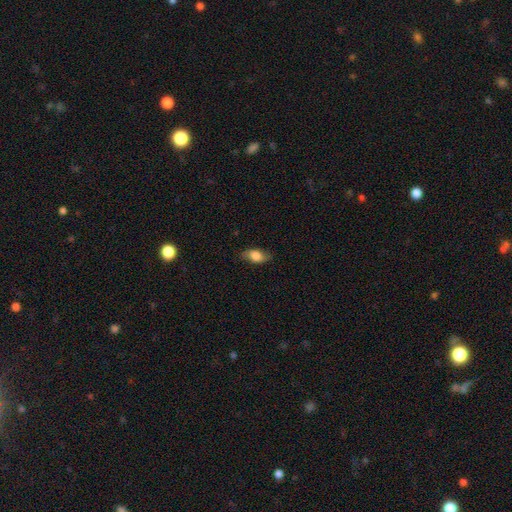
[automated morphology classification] Smooth or featured? Predicted: smooth (p=0.76). How rounded? Predicted: in between (p=0.86). Merging? Predicted: none (p=0.79).